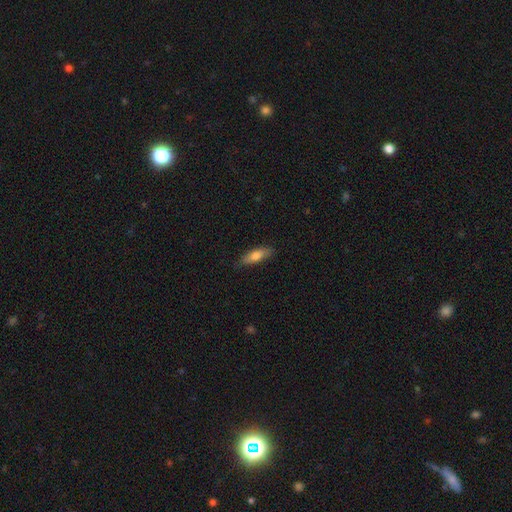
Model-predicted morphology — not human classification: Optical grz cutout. It shows a smooth galaxy with no disk features (74%) that is cigar-shaped (51%). Merging: none (83%).